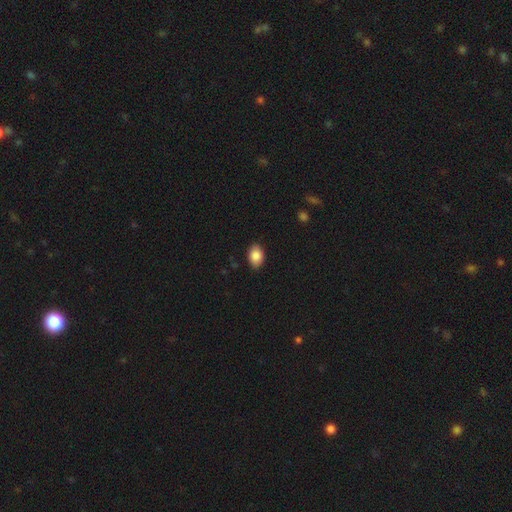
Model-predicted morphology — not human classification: smooth-or-featured: smooth: 87% | star or artifact: 7% | featured or disk: 6%
  how-rounded: in between: 81% | round: 17% | cigar-shaped: 1%
  merging: none: 86% | minor disturbance: 11% | major disturbance: 2% | merger: 1%